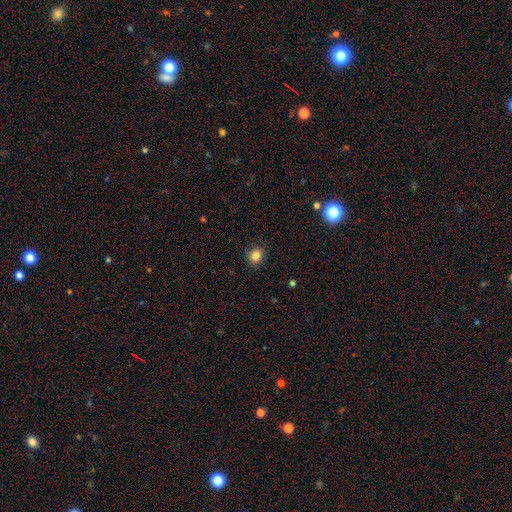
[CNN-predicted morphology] Smooth or featured: smooth — 84% (star or artifact — 11%)
How rounded: round — 86% (in between — 13%)
Merging: none — 90% (minor disturbance — 7%)